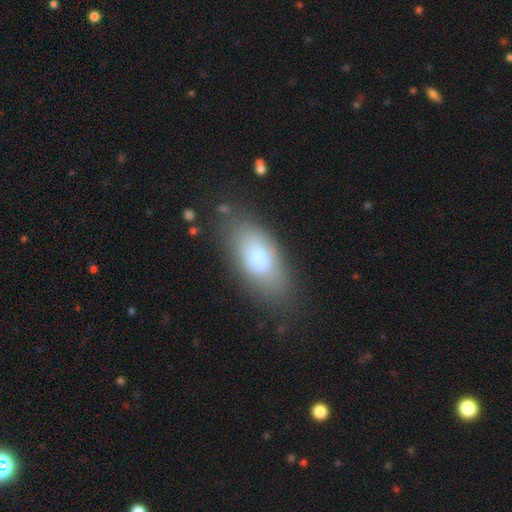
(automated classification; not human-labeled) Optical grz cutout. It shows a smooth galaxy with no disk features (75%) that is in between round and cigar-shaped (88%). Merging: none (80%).